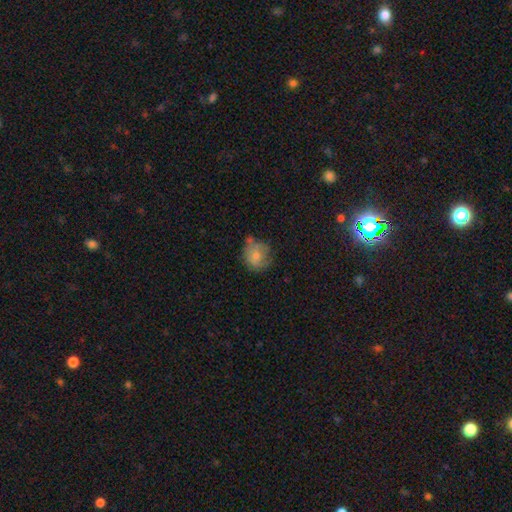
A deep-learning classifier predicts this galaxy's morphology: Smooth or featured: smooth — 70% (featured or disk — 22%)
How rounded: round — 76% (in between — 23%)
Merging: none — 54% (minor disturbance — 28%)